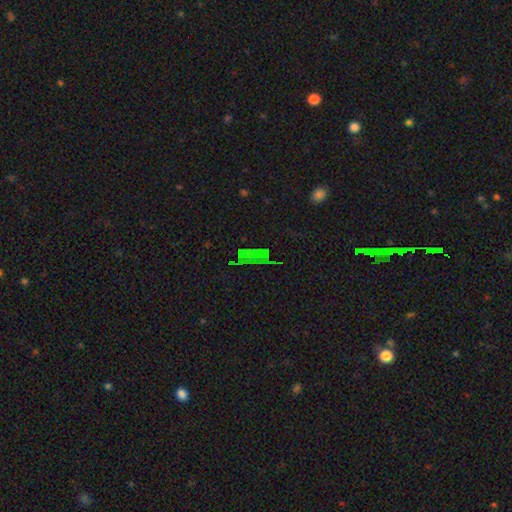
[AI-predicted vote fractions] Smooth or featured?
  - star or artifact: 54% *
  - smooth: 28%
  - featured or disk: 18%